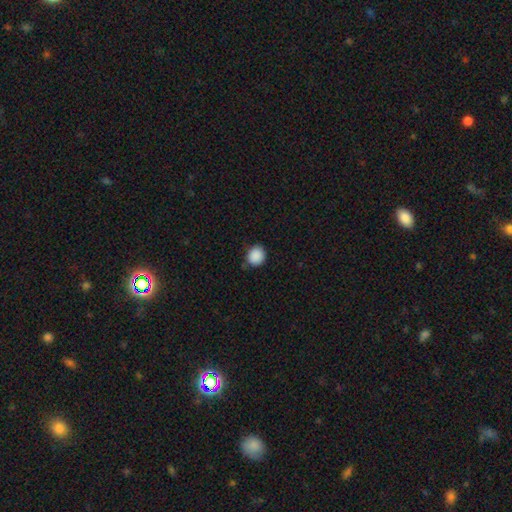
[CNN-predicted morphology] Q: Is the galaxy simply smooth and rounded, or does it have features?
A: smooth — 89%.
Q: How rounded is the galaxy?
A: round — 82%.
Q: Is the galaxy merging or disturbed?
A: none — 82%.